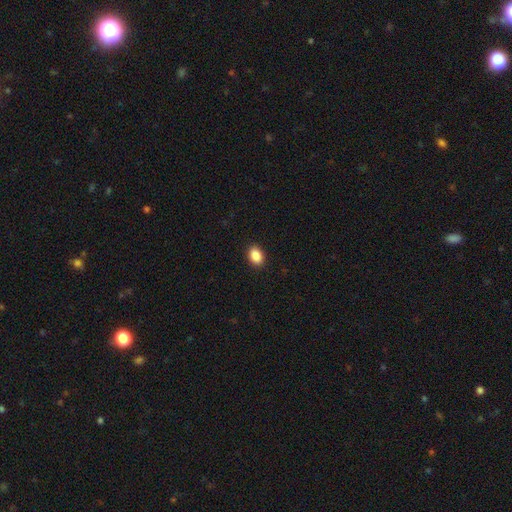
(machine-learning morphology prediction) Smooth or featured? smooth (89%)
How rounded? in between (79%)
Merging? none (91%)